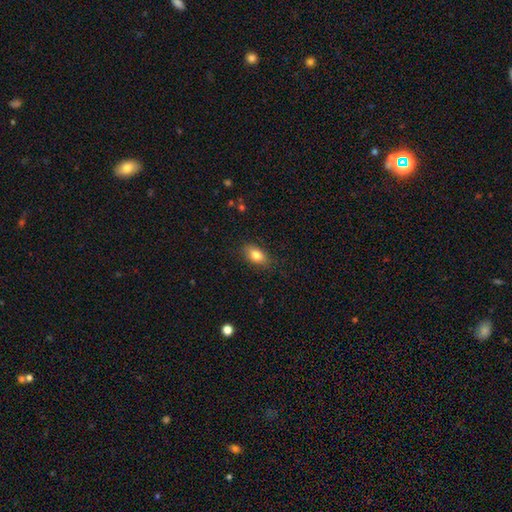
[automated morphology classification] smooth-or-featured: smooth: 82% | featured or disk: 10% | star or artifact: 8%
  how-rounded: in between: 87% | round: 8% | cigar-shaped: 5%
  merging: none: 84% | minor disturbance: 12% | major disturbance: 3% | merger: 1%